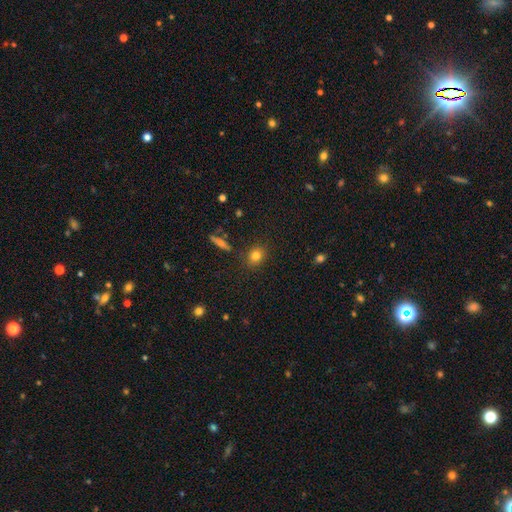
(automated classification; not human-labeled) Morphology: type=smooth (81%); roundness=round (65%); merging=none (85%).